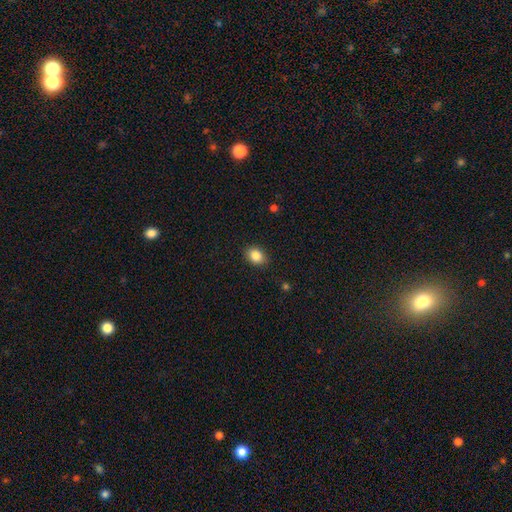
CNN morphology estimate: Smooth or featured? smooth (85%)
How rounded? in between (60%)
Merging? none (88%)